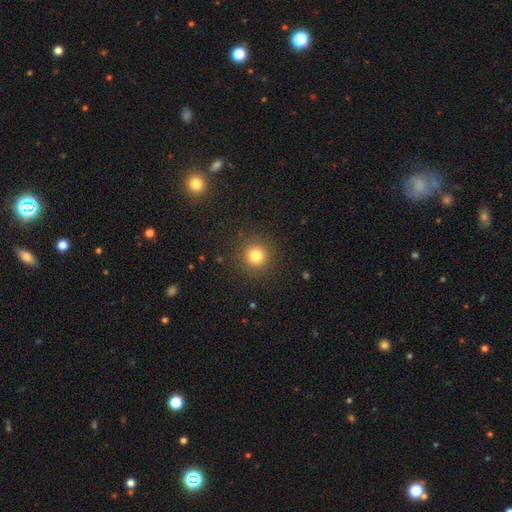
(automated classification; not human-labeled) Smooth or featured?
  - smooth: 80% *
  - star or artifact: 13%
  - featured or disk: 6%
How rounded?
  - round: 95% *
  - in between: 4%
  - cigar-shaped: 1%
Merging?
  - none: 91% *
  - minor disturbance: 6%
  - major disturbance: 3%
  - merger: 1%